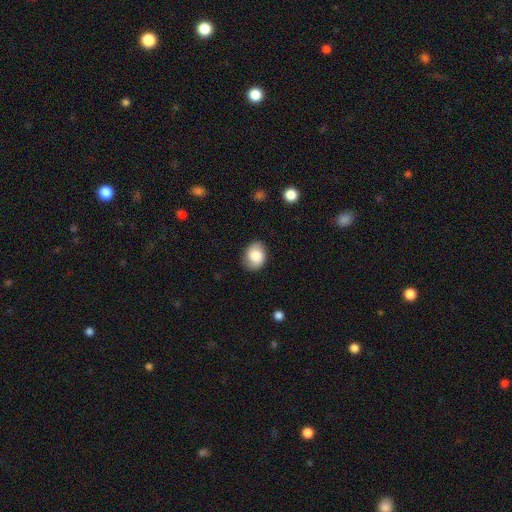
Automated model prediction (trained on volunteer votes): The model was most divided on "how rounded": in between: 57%, round: 42%, cigar-shaped: 1%. More confident: smooth or featured — smooth (81%); merging — none (80%).